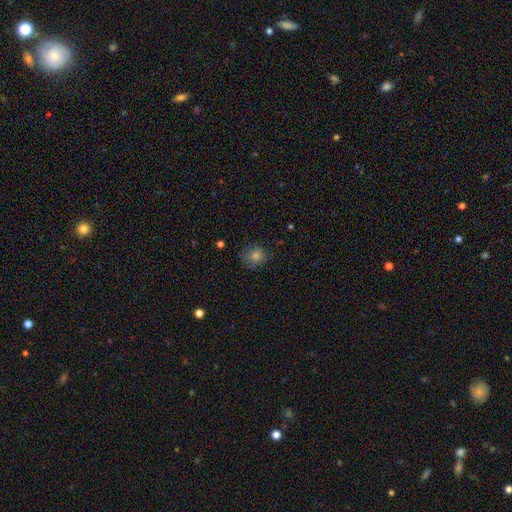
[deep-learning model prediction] This is likely a smooth galaxy (73%). How rounded: clearly round (85%). Merging: likely none (79%).